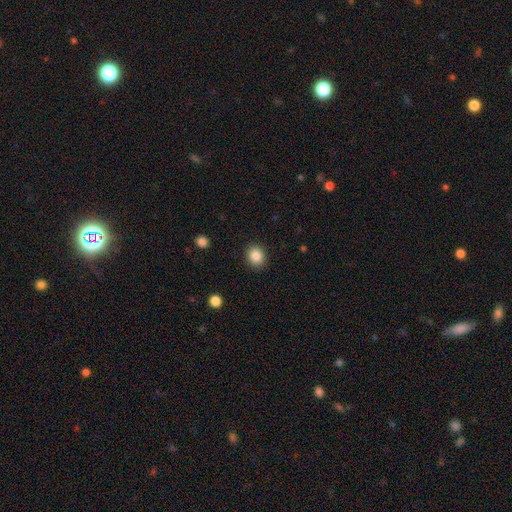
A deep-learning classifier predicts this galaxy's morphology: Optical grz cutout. It shows a smooth galaxy with no disk features (87%) that is round (69%). Merging: none (90%).